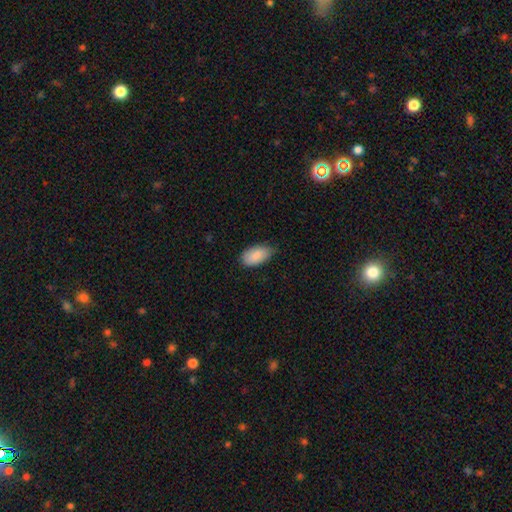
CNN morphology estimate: Smooth or featured: smooth — 86% (featured or disk — 7%)
How rounded: in between — 94% (round — 3%)
Merging: none — 68% (minor disturbance — 27%)